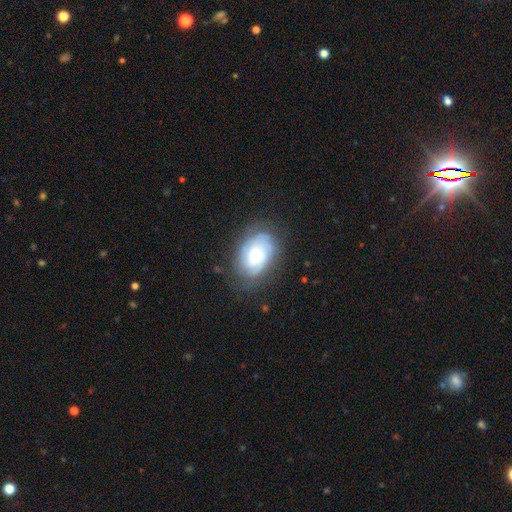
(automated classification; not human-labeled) This appears to be a featured or disk galaxy (68%) with no bar (78%), tight (64%) spiral arms (87%) and a moderate central bulge (56%). Merging: none (72%).